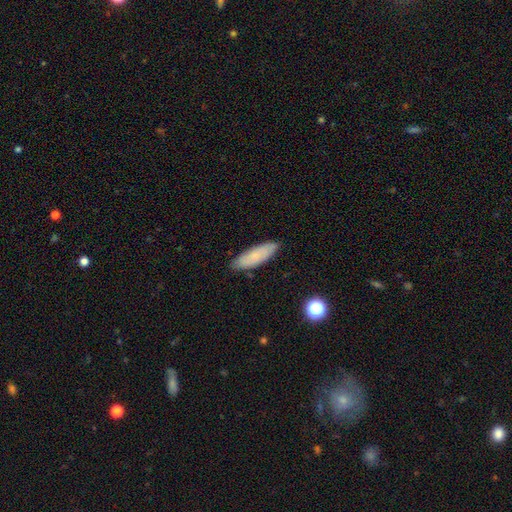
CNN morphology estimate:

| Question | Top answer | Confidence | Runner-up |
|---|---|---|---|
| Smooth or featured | smooth | 76% | featured or disk (17%) |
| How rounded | in between | 52% | cigar-shaped (46%) |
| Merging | none | 85% | minor disturbance (12%) |